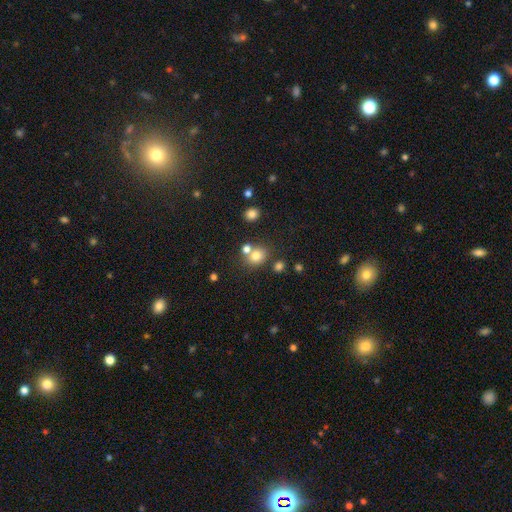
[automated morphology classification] Smooth or featured? Predicted: smooth (p=0.76). How rounded? Predicted: round (p=0.70). Merging? Predicted: none (p=0.59).